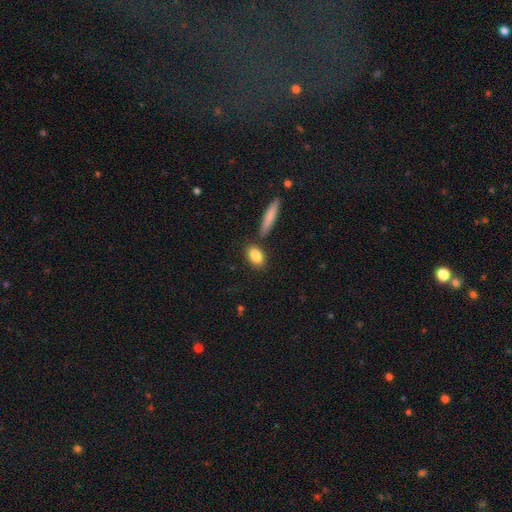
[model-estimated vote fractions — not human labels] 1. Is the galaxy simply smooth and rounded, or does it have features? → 84% smooth, 9% featured or disk, 7% star or artifact.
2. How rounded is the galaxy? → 80% in between, 11% round, 10% cigar-shaped.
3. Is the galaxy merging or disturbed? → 77% none, 10% minor disturbance, 9% merger, 3% major disturbance.